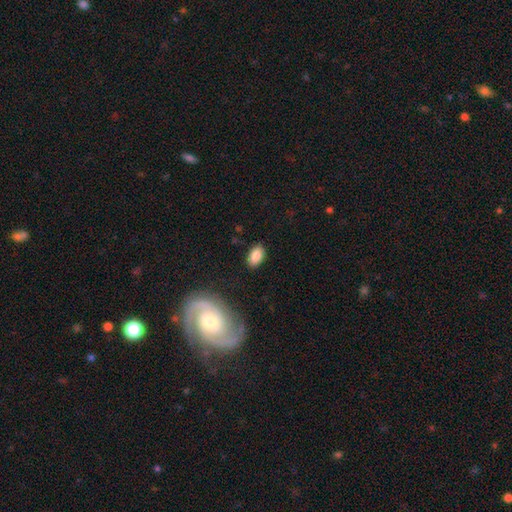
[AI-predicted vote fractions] smooth-or-featured: smooth: 86% | star or artifact: 8% | featured or disk: 6%
  how-rounded: in between: 91% | round: 7% | cigar-shaped: 2%
  merging: none: 86% | minor disturbance: 10% | major disturbance: 2% | merger: 1%